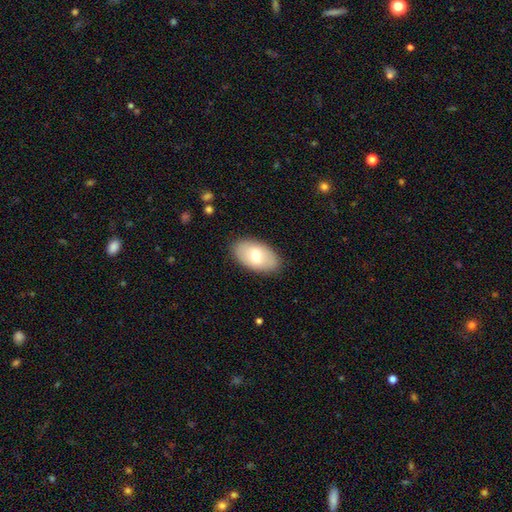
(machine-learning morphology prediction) Smooth or featured? Predicted: smooth (p=0.67). How rounded? Predicted: in between (p=0.94). Merging? Predicted: none (p=0.86).